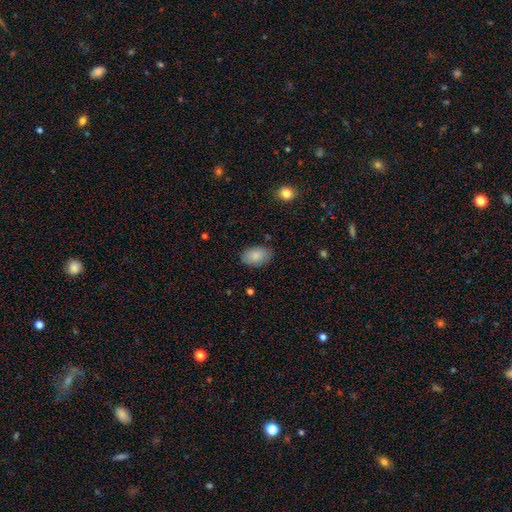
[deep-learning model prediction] smooth-or-featured: smooth: 87% | star or artifact: 7% | featured or disk: 6%
  how-rounded: in between: 89% | round: 10% | cigar-shaped: 1%
  merging: none: 81% | minor disturbance: 15% | major disturbance: 3% | merger: 1%